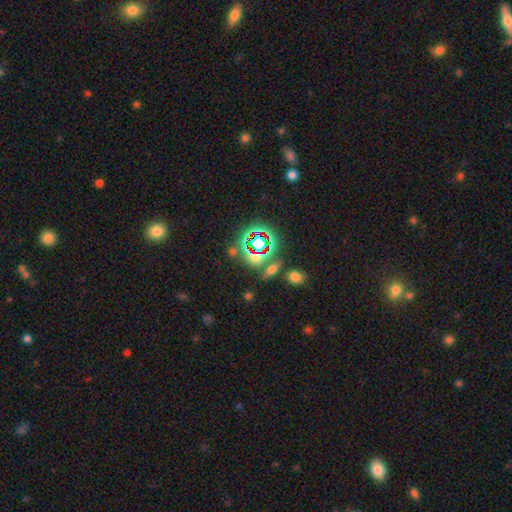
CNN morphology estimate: smooth-or-featured: star or artifact: 56% | smooth: 31% | featured or disk: 13%